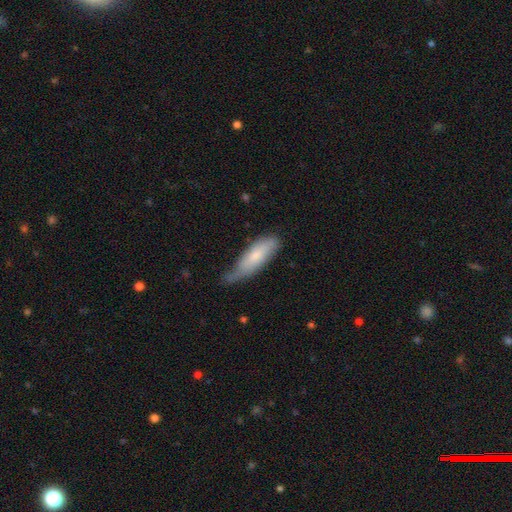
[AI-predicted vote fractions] Overall: smooth (69%). How rounded: in between (53%; cigar-shaped 46%). Merging: minor disturbance (44%; none 40%).